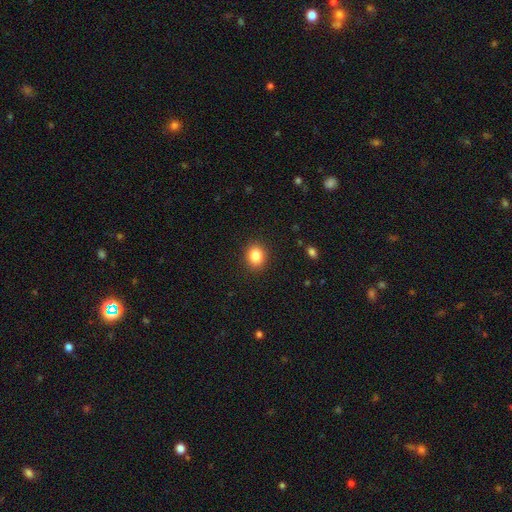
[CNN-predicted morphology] Smooth or featured: smooth — 84% (star or artifact — 10%)
How rounded: round — 63% (in between — 36%)
Merging: none — 90% (minor disturbance — 7%)